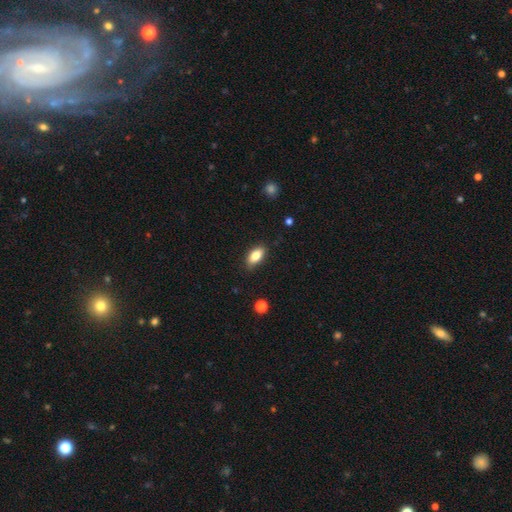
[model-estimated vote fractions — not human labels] A smooth galaxy with no disk features (82%) that is in between round and cigar-shaped (88%).

Vote fractions:
- Smooth or featured? smooth: 82% / featured or disk: 10% / star or artifact: 8%
- How rounded? in between: 88% / cigar-shaped: 7% / round: 4%
- Merging? none: 85% / minor disturbance: 12% / major disturbance: 2% / merger: 1%